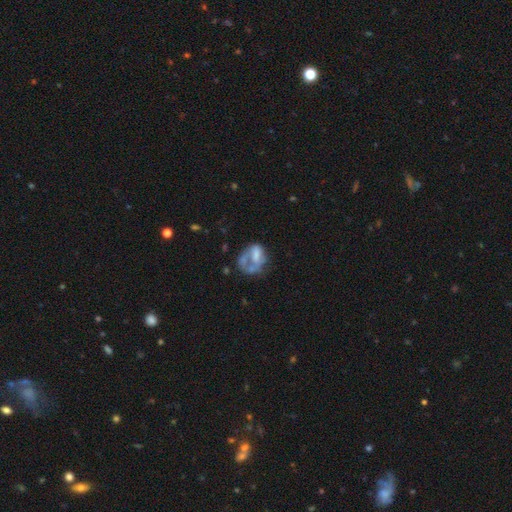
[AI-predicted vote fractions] smooth-or-featured: featured or disk: 49% | smooth: 41% | star or artifact: 10%
  merging: major disturbance: 38% | none: 27% | minor disturbance: 20% | merger: 15%